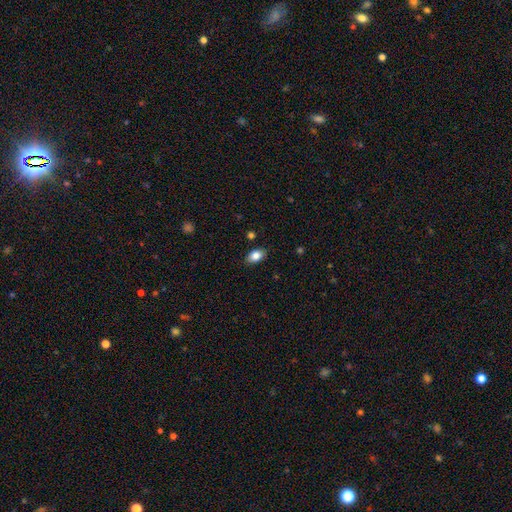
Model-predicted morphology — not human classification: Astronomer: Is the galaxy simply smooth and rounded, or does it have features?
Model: smooth — 84%.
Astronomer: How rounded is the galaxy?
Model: in between — 89%.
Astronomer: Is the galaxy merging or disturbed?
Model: none — 86%.